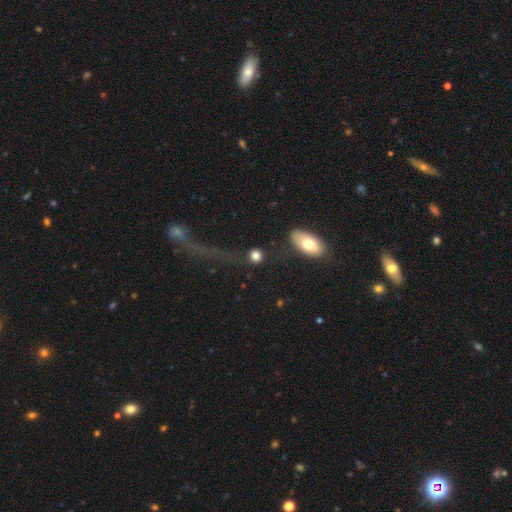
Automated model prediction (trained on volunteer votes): smooth_or_featured: smooth (p=0.81) [alt: featured or disk p=0.09]
how_rounded: round (p=0.81) [alt: in between p=0.16]
merging: none (p=0.71) [alt: minor disturbance p=0.11]